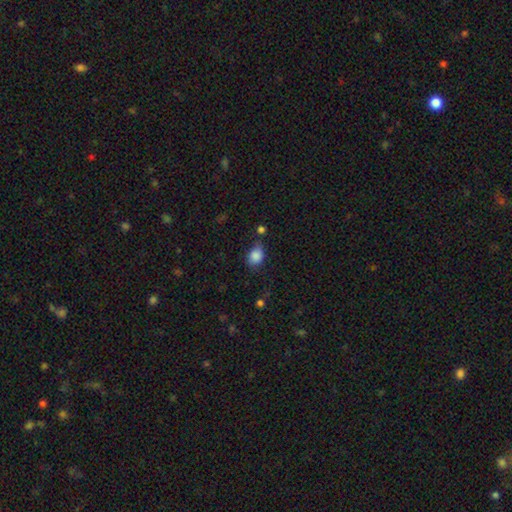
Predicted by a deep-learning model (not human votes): This appears to be a smooth galaxy with no disk features (86%) that is in between round and cigar-shaped (57%). Merging: none (62%).